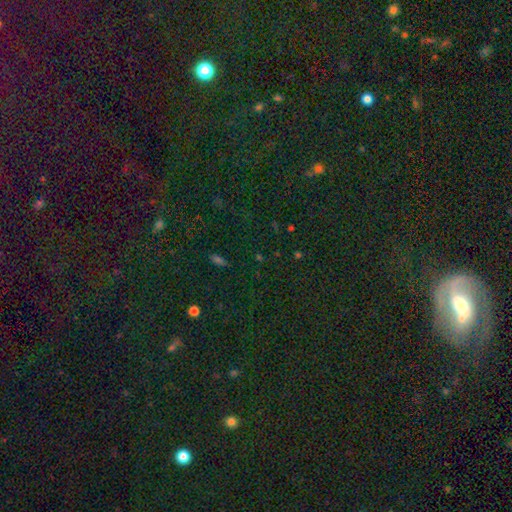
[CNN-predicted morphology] A star or artifact, not a galaxy (68%).

Vote fractions:
- Smooth or featured? star or artifact: 68% / smooth: 19% / featured or disk: 13%